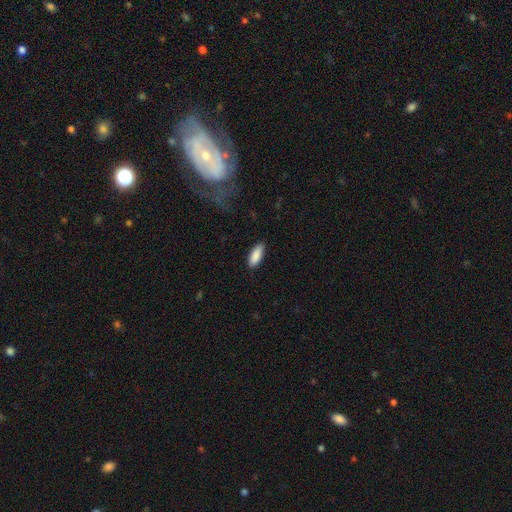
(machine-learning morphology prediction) The model was most divided on "how rounded": in between: 73%, cigar-shaped: 25%, round: 2%. More confident: smooth or featured — smooth (89%); merging — none (86%).